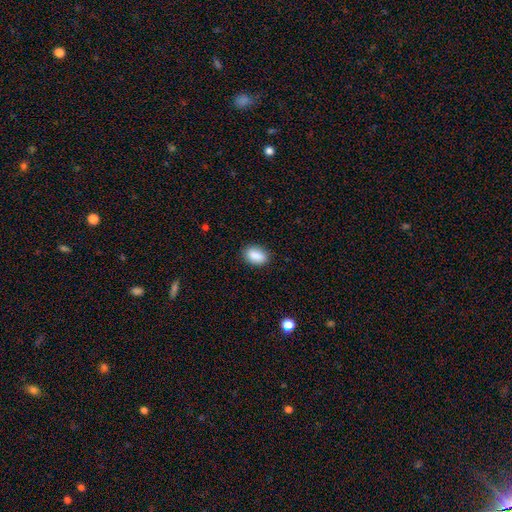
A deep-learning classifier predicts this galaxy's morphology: smooth_or_featured: smooth (p=0.89) [alt: star or artifact p=0.07]
how_rounded: in between (p=0.90) [alt: round p=0.08]
merging: none (p=0.87) [alt: minor disturbance p=0.10]